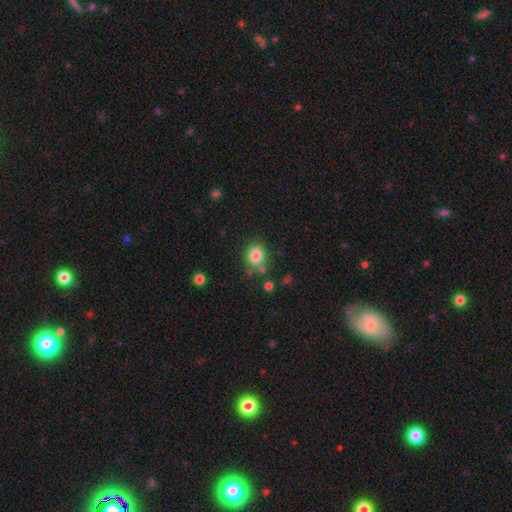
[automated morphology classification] Smooth or featured? smooth (82%)
How rounded? round (72%)
Merging? none (71%)